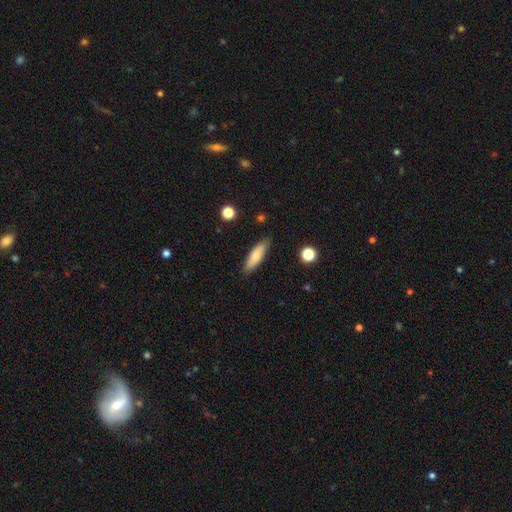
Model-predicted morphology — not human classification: The model was most divided on "how rounded": cigar-shaped: 57%, in between: 41%, round: 2%. More confident: merging — none (85%); smooth or featured — smooth (73%).